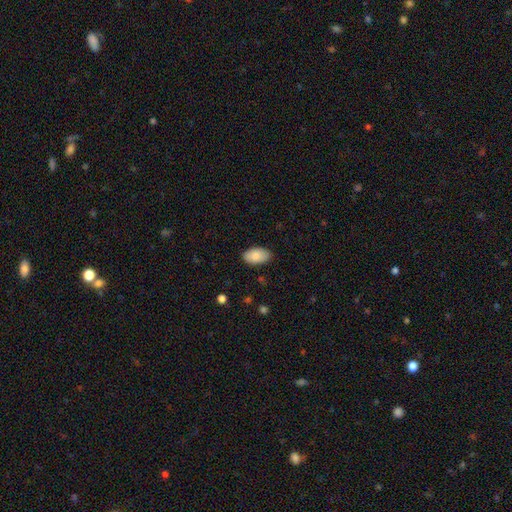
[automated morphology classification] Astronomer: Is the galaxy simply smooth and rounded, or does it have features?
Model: smooth — 87%.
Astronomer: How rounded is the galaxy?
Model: in between — 95%.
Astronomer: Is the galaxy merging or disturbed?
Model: none — 86%.